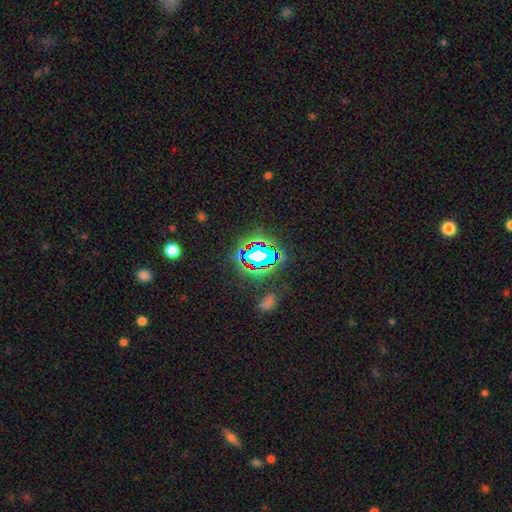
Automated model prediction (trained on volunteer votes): star or artifact 68%, smooth 18%, featured or disk 14%.